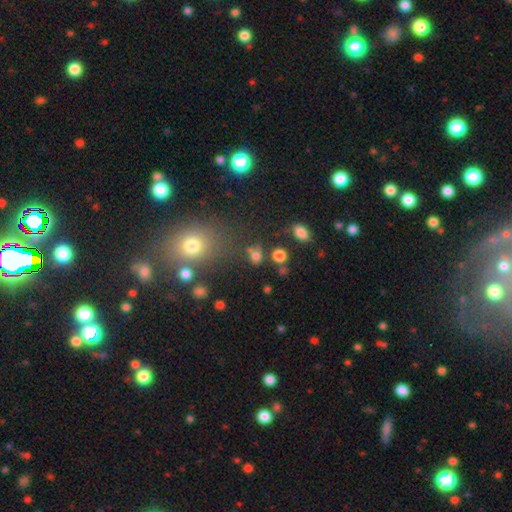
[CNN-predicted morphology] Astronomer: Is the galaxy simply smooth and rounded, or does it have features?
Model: smooth — 74%.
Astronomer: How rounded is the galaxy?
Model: round — 72%.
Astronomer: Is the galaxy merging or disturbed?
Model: none — 65%.